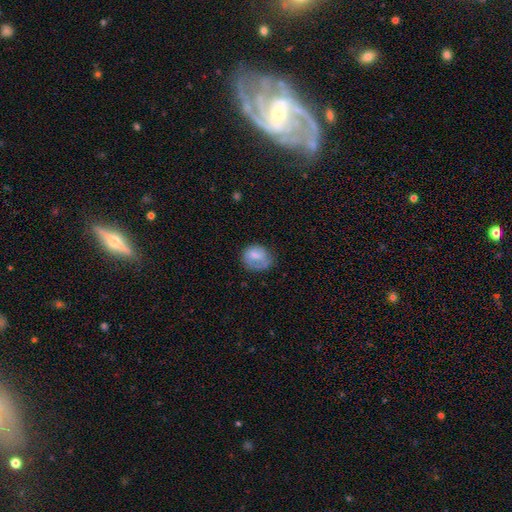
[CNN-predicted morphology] Smooth or featured?
  - smooth: 69% *
  - featured or disk: 23%
  - star or artifact: 8%
How rounded?
  - round: 67% *
  - in between: 32%
  - cigar-shaped: 1%
Merging?
  - none: 49% *
  - minor disturbance: 29%
  - major disturbance: 19%
  - merger: 2%